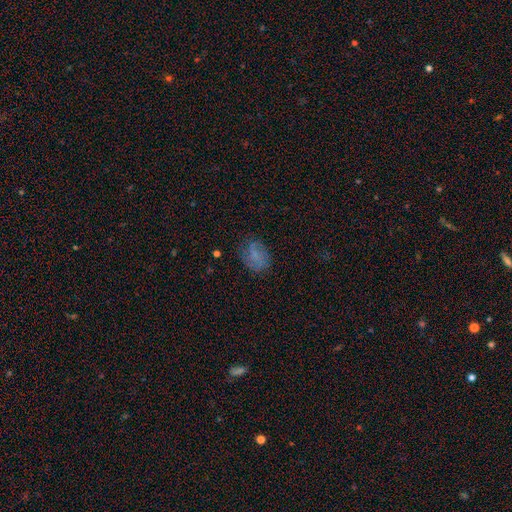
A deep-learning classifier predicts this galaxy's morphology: smooth 56%, featured or disk 33%, star or artifact 12%. Down the decision tree: how rounded — in between (69%); merging — none (68%).